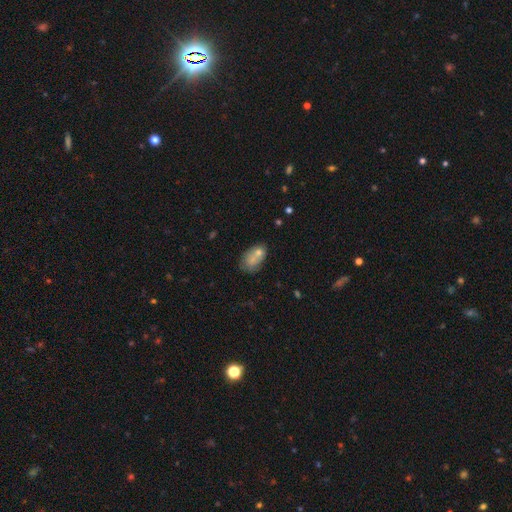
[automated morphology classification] smooth_or_featured: smooth (p=0.69) [alt: featured or disk p=0.21]
how_rounded: in between (p=0.85) [alt: round p=0.13]
merging: none (p=0.36) [alt: merger p=0.33]